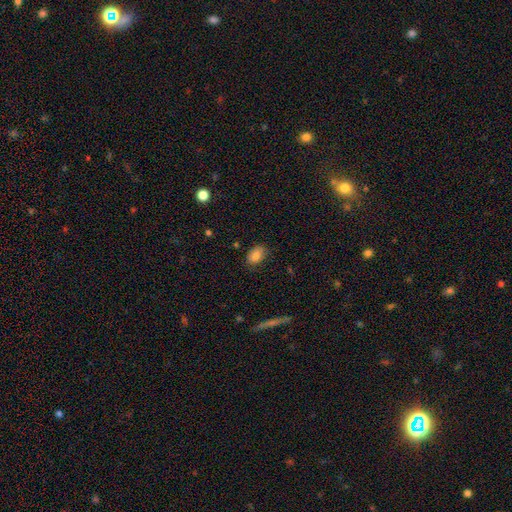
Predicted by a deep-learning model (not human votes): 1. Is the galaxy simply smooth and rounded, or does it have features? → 82% smooth, 9% star or artifact, 8% featured or disk.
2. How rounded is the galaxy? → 84% in between, 14% round, 1% cigar-shaped.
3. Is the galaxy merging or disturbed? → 77% none, 18% minor disturbance, 3% major disturbance, 2% merger.